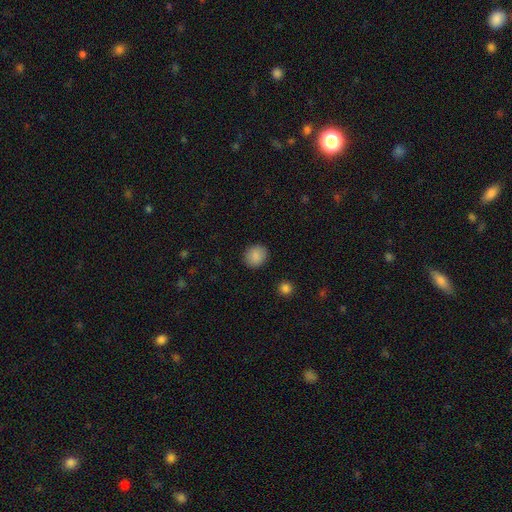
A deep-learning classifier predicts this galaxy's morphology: smooth_or_featured: smooth (p=0.88) [alt: star or artifact p=0.08]
how_rounded: round (p=0.80) [alt: in between p=0.19]
merging: none (p=0.90) [alt: minor disturbance p=0.06]